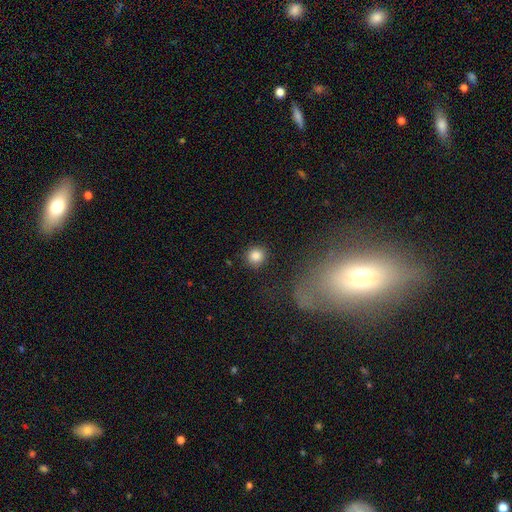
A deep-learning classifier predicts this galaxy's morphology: smooth 85%, star or artifact 10%, featured or disk 5%. Down the decision tree: how rounded — round (93%); merging — none (89%).